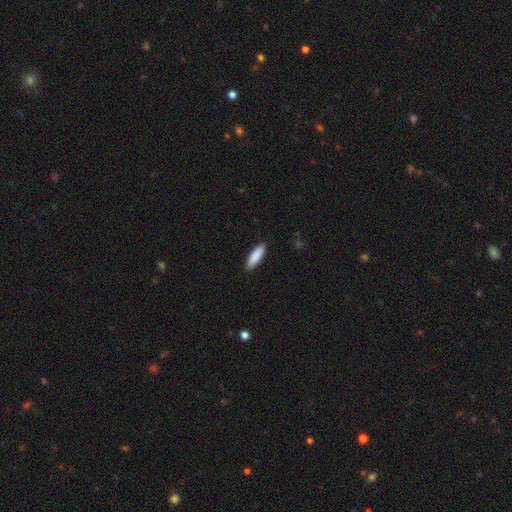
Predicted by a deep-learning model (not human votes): smooth_or_featured: smooth (p=0.89) [alt: featured or disk p=0.06]
how_rounded: cigar-shaped (p=0.51) [alt: in between p=0.47]
merging: none (p=0.89) [alt: minor disturbance p=0.08]